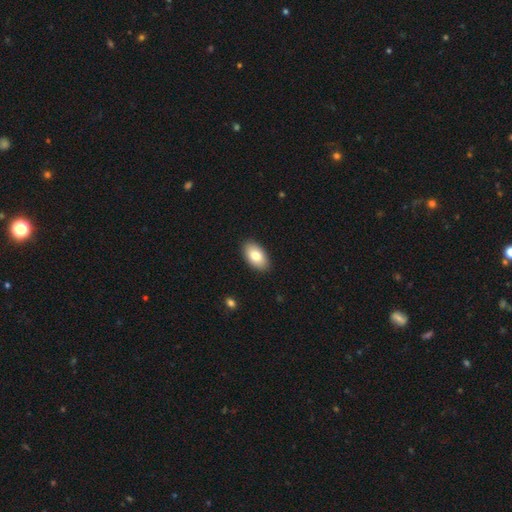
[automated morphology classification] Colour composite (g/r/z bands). It shows a smooth galaxy with no disk features (80%) that is in between round and cigar-shaped (95%). Merging: none (90%).